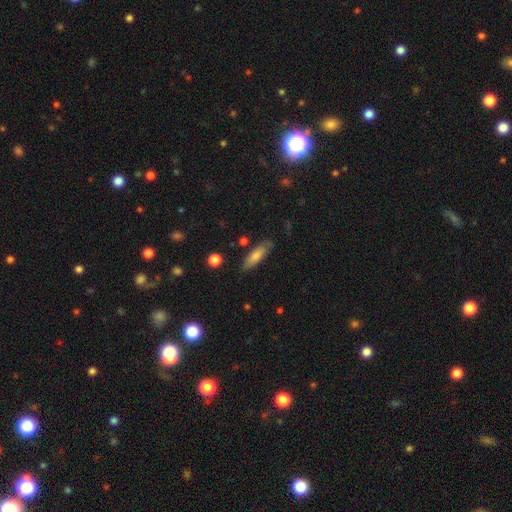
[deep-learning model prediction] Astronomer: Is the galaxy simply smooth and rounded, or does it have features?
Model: smooth — 71%.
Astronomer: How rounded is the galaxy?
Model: cigar-shaped — 59% (runner-up: in between, 39%).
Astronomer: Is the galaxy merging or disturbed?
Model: none — 79%.